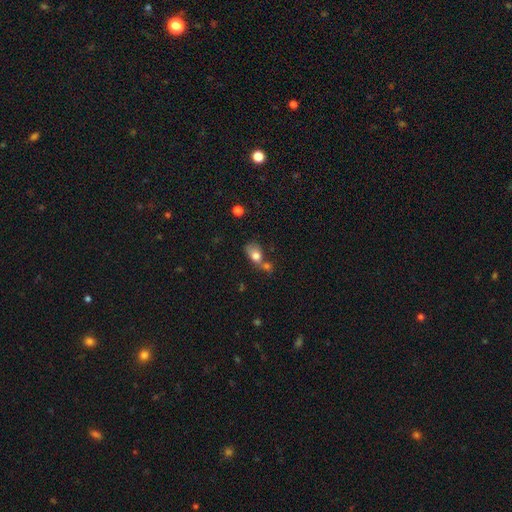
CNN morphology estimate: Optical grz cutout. It shows a smooth galaxy with no disk features (76%) that is in between round and cigar-shaped (73%). Merging: merger (50%).